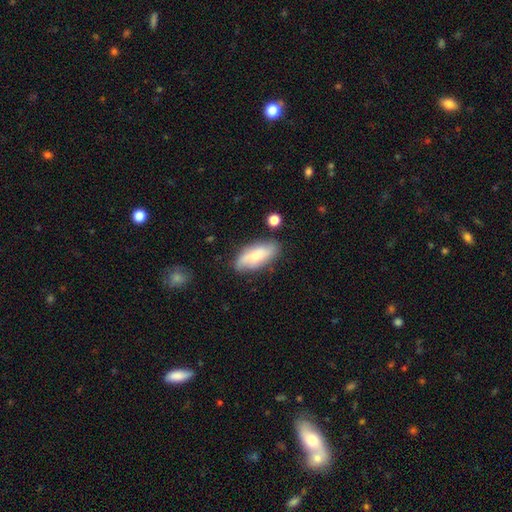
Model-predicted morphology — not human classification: Smooth or featured? Predicted: smooth (p=0.60). How rounded? Predicted: in between (p=0.80). Merging? Predicted: none (p=0.72).